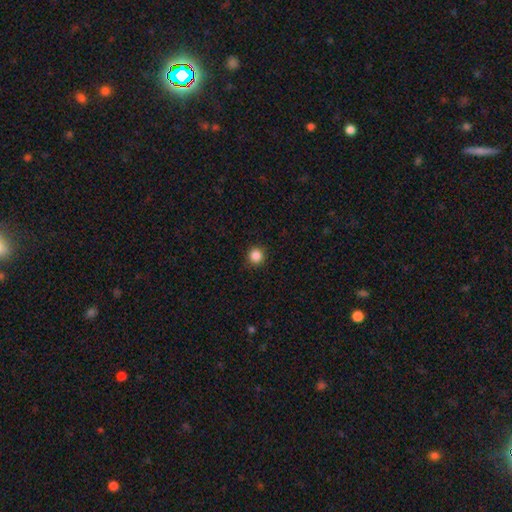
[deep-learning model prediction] The model was most divided on "smooth or featured": smooth: 86%, star or artifact: 11%, featured or disk: 3%. More confident: how rounded — round (95%); merging — none (91%).